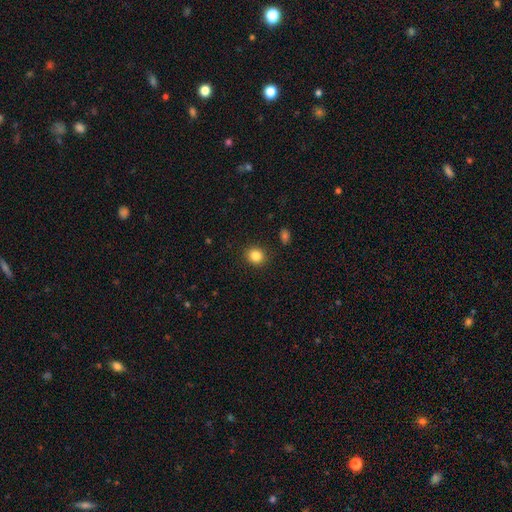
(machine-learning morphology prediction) Q: Smooth or featured?
A: smooth (84%); runner-up: star or artifact (11%)
Q: How rounded?
A: round (78%); runner-up: in between (21%)
Q: Merging?
A: none (90%); runner-up: minor disturbance (7%)